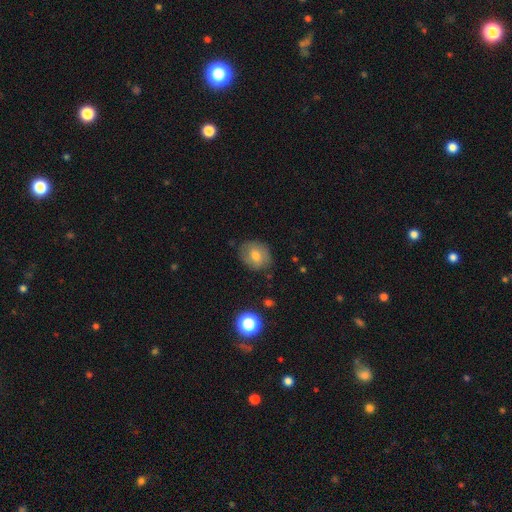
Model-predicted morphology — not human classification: type=smooth (67%); roundness=round (55%); merging=none (77%).